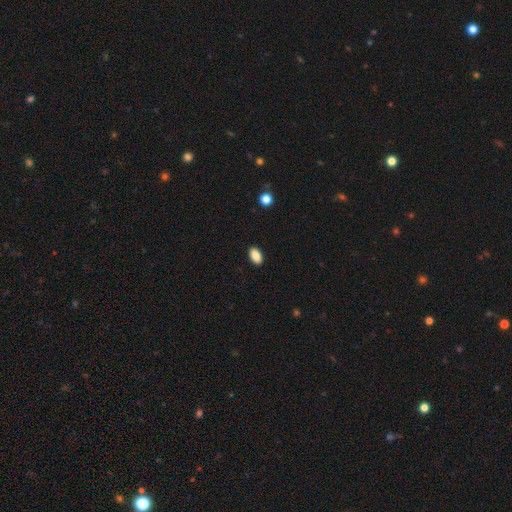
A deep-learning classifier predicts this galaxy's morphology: Q: Smooth or featured?
A: smooth (88%); runner-up: star or artifact (8%)
Q: How rounded?
A: in between (93%); runner-up: round (5%)
Q: Merging?
A: none (90%); runner-up: minor disturbance (7%)